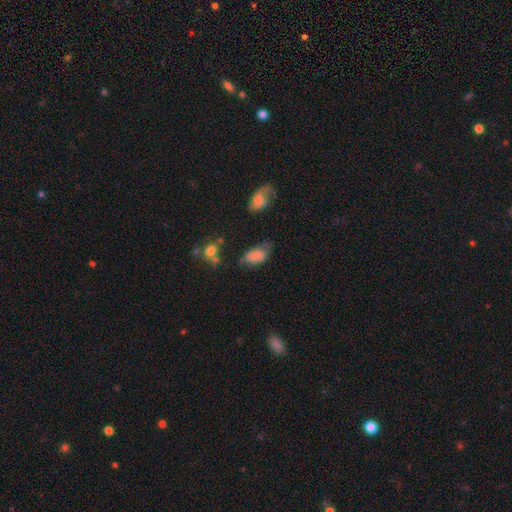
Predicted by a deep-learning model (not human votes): Smooth or featured? Predicted: smooth (p=0.77). How rounded? Predicted: in between (p=0.92). Merging? Predicted: none (p=0.45).